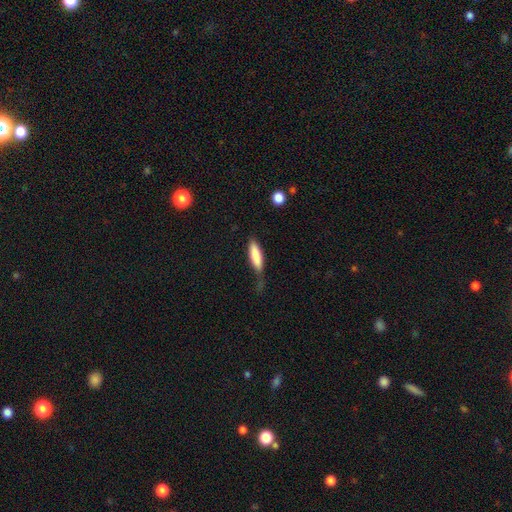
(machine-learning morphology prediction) Smooth or featured? Predicted: smooth (p=0.82). How rounded? Predicted: cigar-shaped (p=0.61). Merging? Predicted: none (p=0.46).